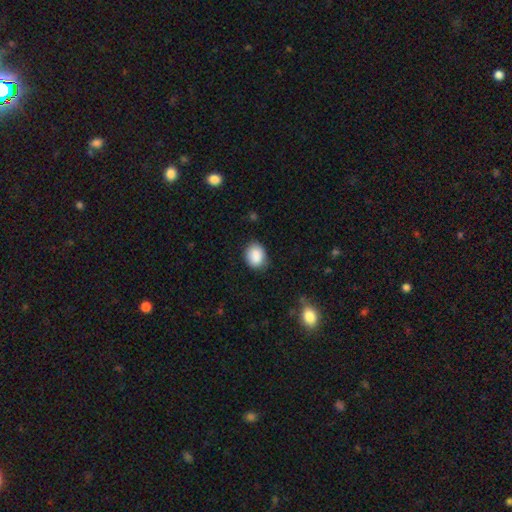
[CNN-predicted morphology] Smooth or featured: smooth — 87% (star or artifact — 8%)
How rounded: in between — 55% (round — 44%)
Merging: none — 79% (minor disturbance — 16%)